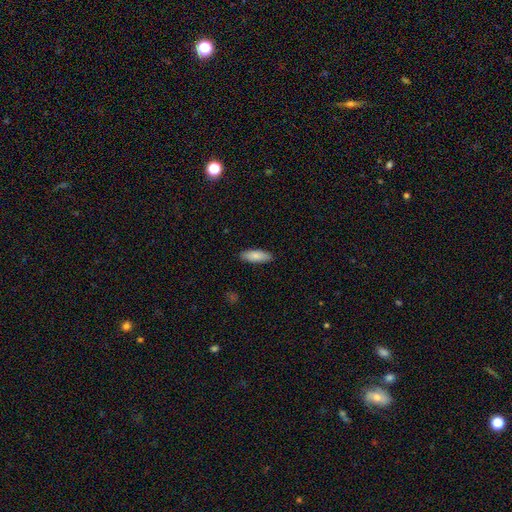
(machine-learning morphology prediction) smooth_or_featured: smooth (p=0.84) [alt: featured or disk p=0.10]
how_rounded: in between (p=0.66) [alt: cigar-shaped p=0.32]
merging: none (p=0.88) [alt: minor disturbance p=0.09]